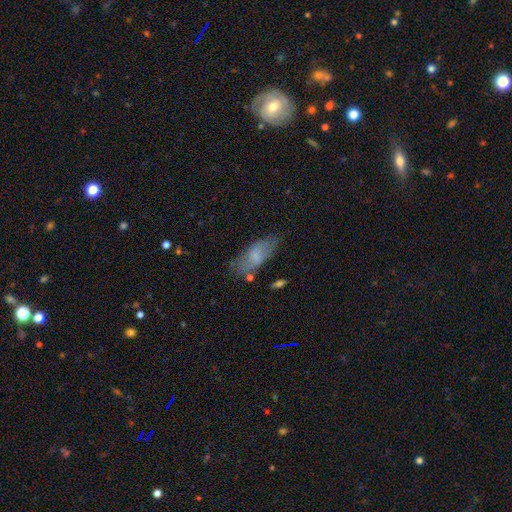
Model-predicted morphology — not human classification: type=smooth (64%); roundness=in between (80%); merging=none (67%).